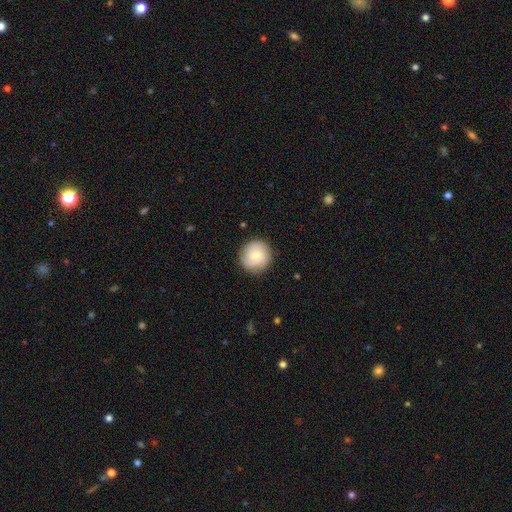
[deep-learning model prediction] A smooth galaxy with no disk features (63%) that is round (94%).

Vote fractions:
- Smooth or featured? smooth: 63% / featured or disk: 30% / star or artifact: 7%
- How rounded? round: 94% / in between: 5% / cigar-shaped: 1%
- Merging? none: 88% / minor disturbance: 9% / major disturbance: 2% / merger: 1%